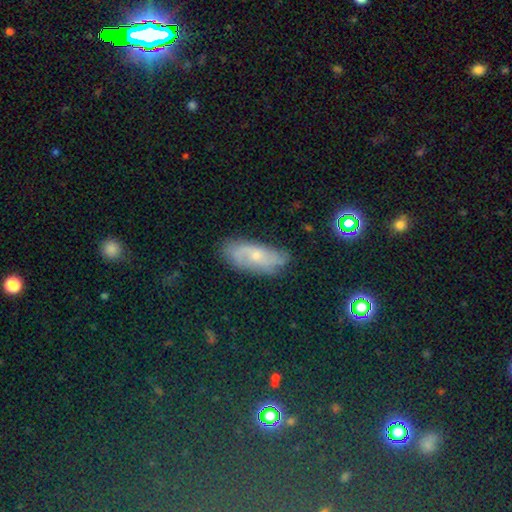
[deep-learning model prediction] Smooth or featured? featured or disk (63%)
Edge-on disk? no (90%)
Bar? no (66%)
Spiral arms? yes (88%)
Bulge size? small (66%)
Merging? none (72%)